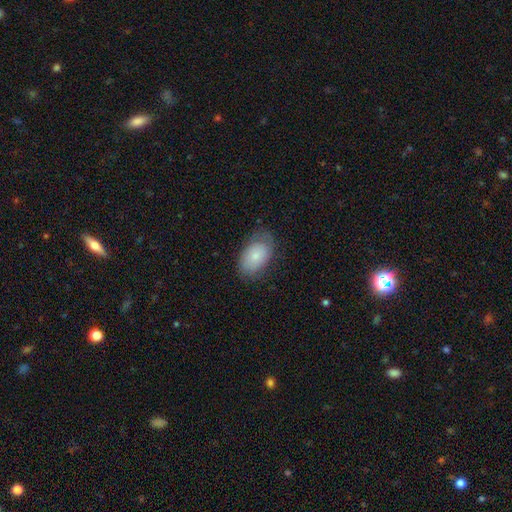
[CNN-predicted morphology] This appears to be a smooth galaxy with no disk features (76%) that is in between round and cigar-shaped (91%). Merging: none (72%).